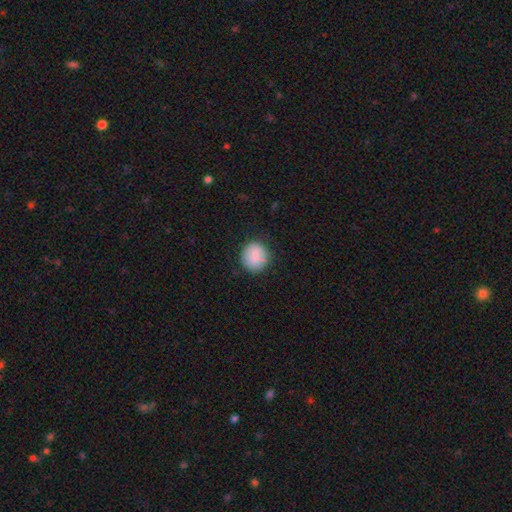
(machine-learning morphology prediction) The model was most divided on "smooth or featured": smooth: 82%, featured or disk: 11%, star or artifact: 8%. More confident: how rounded — round (87%); merging — none (83%).